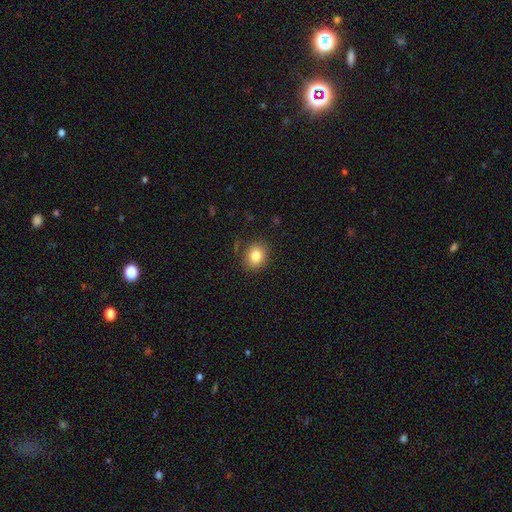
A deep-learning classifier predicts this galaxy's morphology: This is clearly a smooth galaxy (82%). How rounded: likely round (76%). Merging: clearly none (86%).